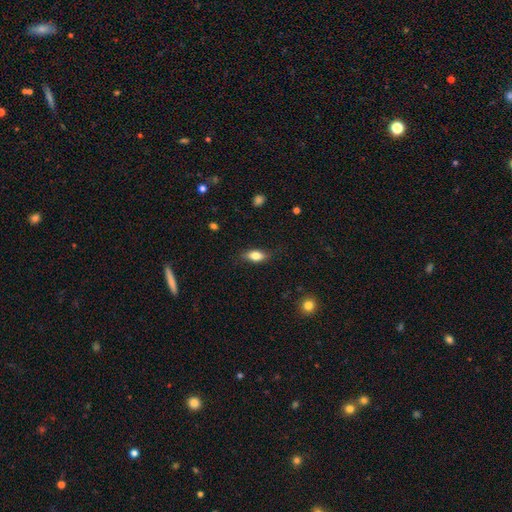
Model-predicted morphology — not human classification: A smooth galaxy with no disk features (78%) that is in between round and cigar-shaped (84%).

Vote fractions:
- Smooth or featured? smooth: 78% / featured or disk: 14% / star or artifact: 7%
- How rounded? in between: 84% / cigar-shaped: 11% / round: 6%
- Merging? none: 80% / minor disturbance: 15% / major disturbance: 4% / merger: 1%